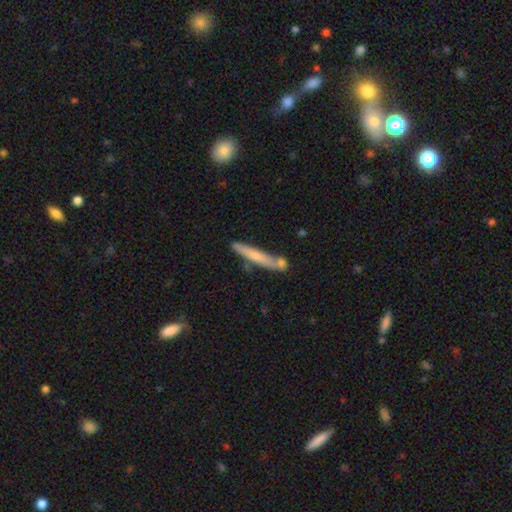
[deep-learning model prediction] Smooth or featured? Predicted: smooth (p=0.59). How rounded? Predicted: cigar-shaped (p=0.94). Merging? Predicted: none (p=0.70).